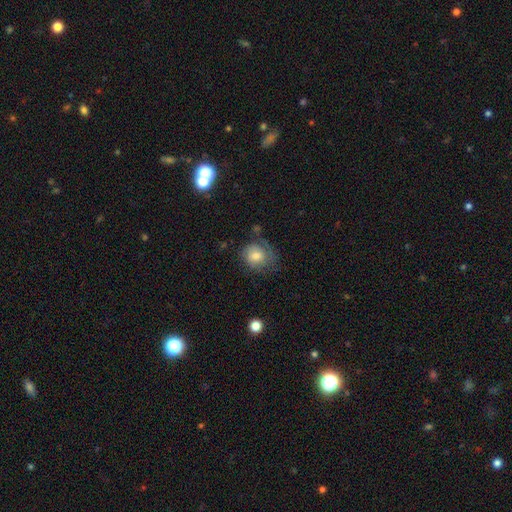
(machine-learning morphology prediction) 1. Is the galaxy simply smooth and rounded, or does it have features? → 52% smooth, 39% featured or disk, 10% star or artifact.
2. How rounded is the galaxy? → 63% round, 36% in between, 1% cigar-shaped.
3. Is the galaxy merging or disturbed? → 52% none, 26% minor disturbance, 19% major disturbance, 3% merger.